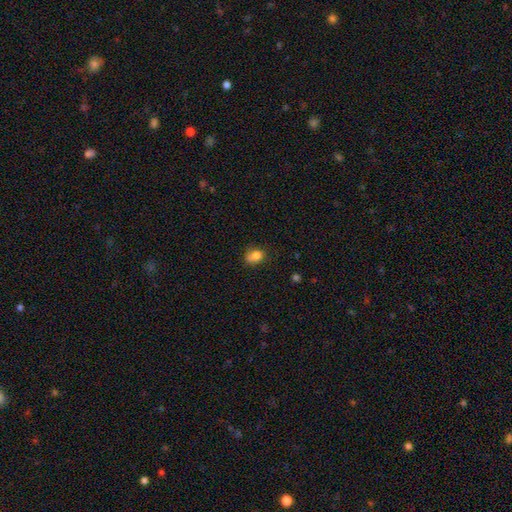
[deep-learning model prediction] Smooth or featured: smooth — 80% (star or artifact — 11%)
How rounded: round — 51% (in between — 48%)
Merging: none — 57% (minor disturbance — 28%)